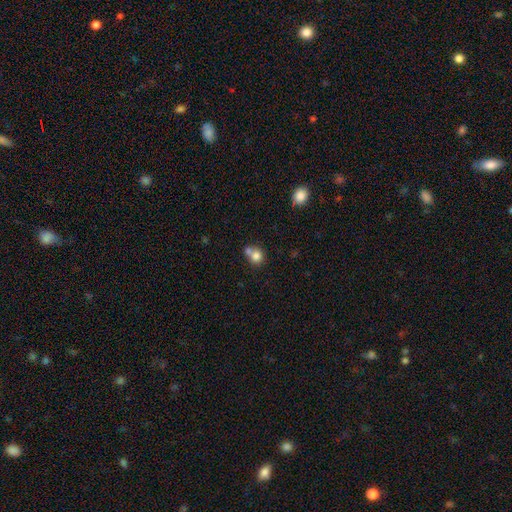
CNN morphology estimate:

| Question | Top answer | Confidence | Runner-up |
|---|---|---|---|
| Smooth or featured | smooth | 78% | featured or disk (11%) |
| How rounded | round | 82% | in between (17%) |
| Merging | merger | 49% | none (40%) |